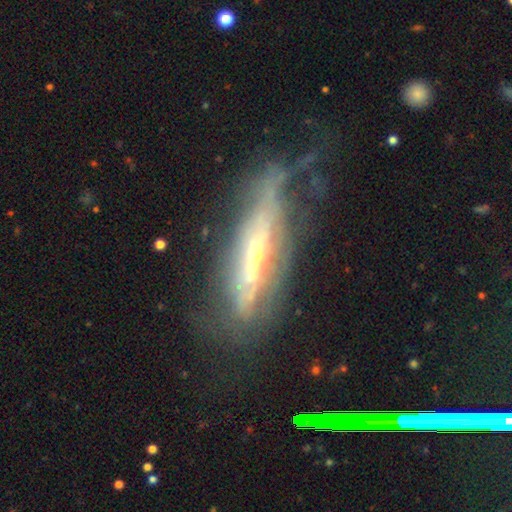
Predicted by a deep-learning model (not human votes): Smooth or featured: featured or disk — 72% (smooth — 19%)
Edge-on disk: yes — 54% (no — 46%)
Merging: none — 38% (major disturbance — 30%)